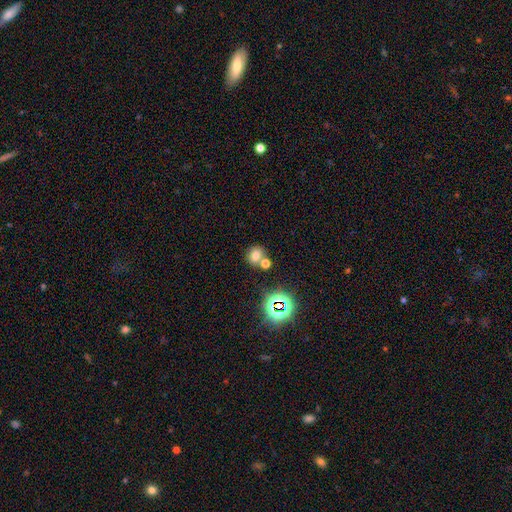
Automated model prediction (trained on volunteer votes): Smooth or featured?
  - smooth: 68% *
  - star or artifact: 21%
  - featured or disk: 11%
How rounded?
  - round: 73% *
  - in between: 25%
  - cigar-shaped: 1%
Merging?
  - none: 56% *
  - merger: 32%
  - minor disturbance: 9%
  - major disturbance: 4%